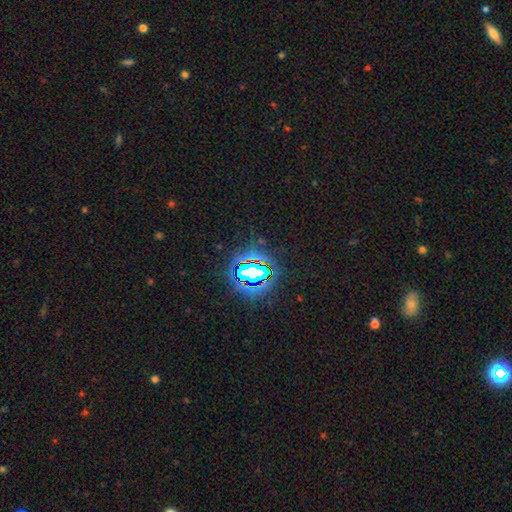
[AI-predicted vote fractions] This appears to be a star or artifact, not a galaxy (83%).